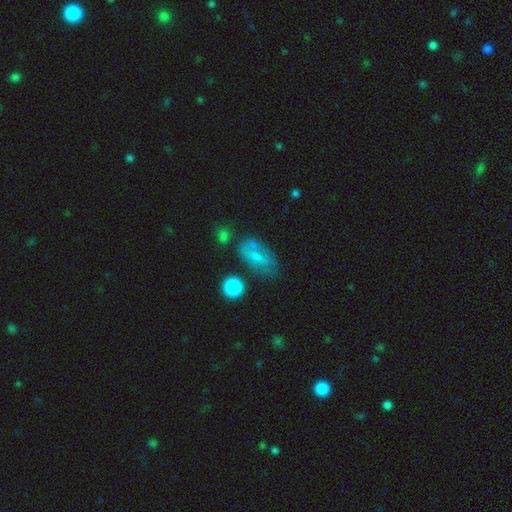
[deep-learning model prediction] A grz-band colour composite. It shows a smooth galaxy with no disk features (57%) that is in between round and cigar-shaped (87%). Merging: none (55%).